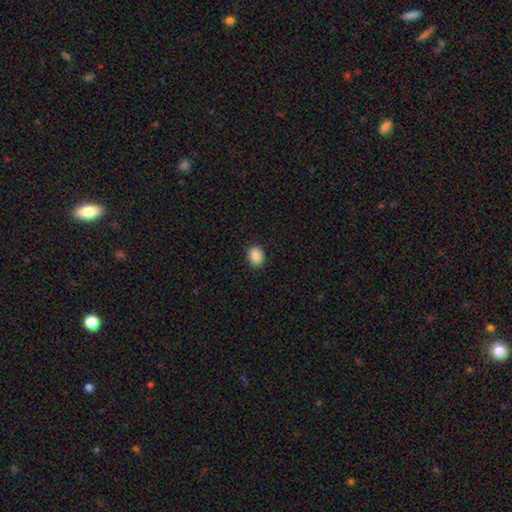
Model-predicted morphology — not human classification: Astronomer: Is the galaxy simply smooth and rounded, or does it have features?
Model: smooth — 89%.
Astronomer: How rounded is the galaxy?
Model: in between — 63%.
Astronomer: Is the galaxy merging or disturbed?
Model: none — 89%.